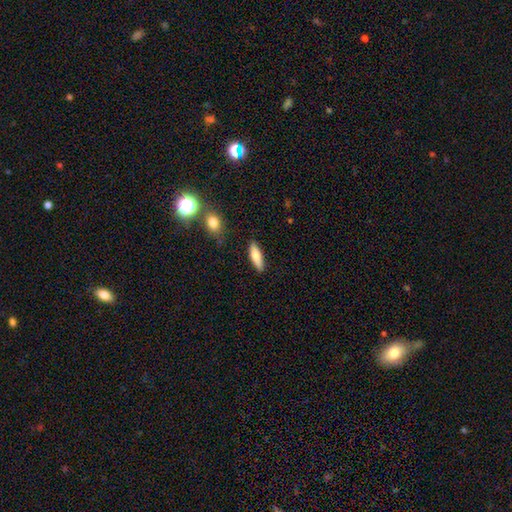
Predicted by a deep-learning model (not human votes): Smooth or featured? smooth (77%)
How rounded? in between (50%)
Merging? none (85%)